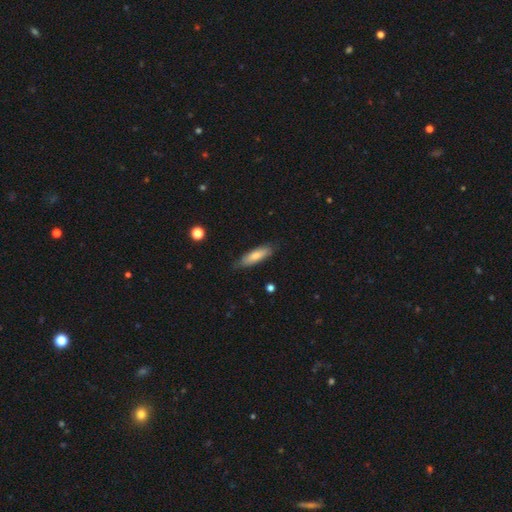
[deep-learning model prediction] A smooth galaxy with no disk features (75%) that is cigar-shaped (54%).

Vote fractions:
- Smooth or featured? smooth: 75% / featured or disk: 19% / star or artifact: 6%
- How rounded? cigar-shaped: 54% / in between: 45% / round: 2%
- Merging? none: 77% / minor disturbance: 18% / major disturbance: 3% / merger: 1%